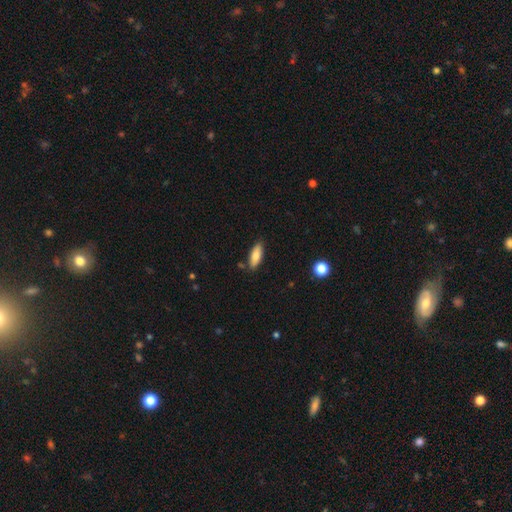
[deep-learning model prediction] Q: Smooth or featured?
A: smooth (81%); runner-up: featured or disk (12%)
Q: How rounded?
A: in between (69%); runner-up: cigar-shaped (29%)
Q: Merging?
A: none (84%); runner-up: minor disturbance (11%)